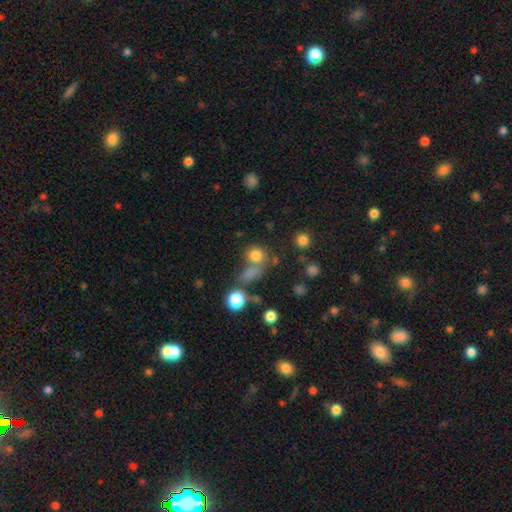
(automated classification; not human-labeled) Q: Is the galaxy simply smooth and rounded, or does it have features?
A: smooth — 76%.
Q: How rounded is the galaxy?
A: round — 74%.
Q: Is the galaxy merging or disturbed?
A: none — 57%.